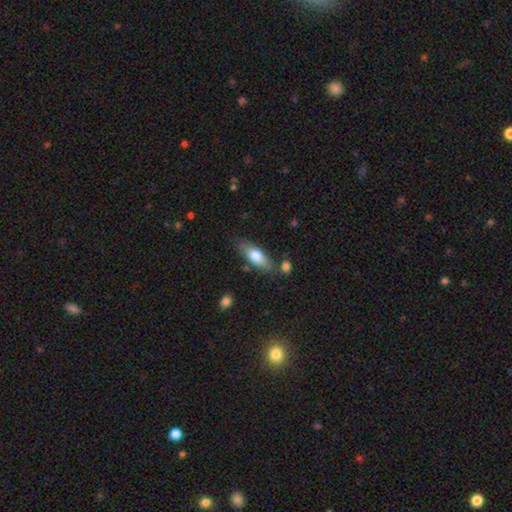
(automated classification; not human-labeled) Smooth or featured? smooth (69%)
How rounded? in between (62%)
Merging? none (76%)